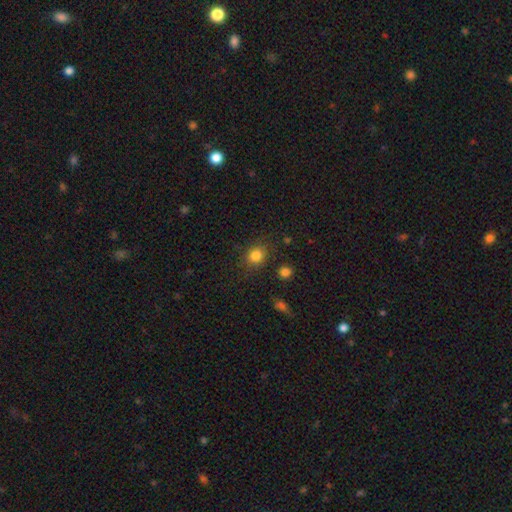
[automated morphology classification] smooth-or-featured: smooth: 83% | star or artifact: 12% | featured or disk: 6%
  how-rounded: round: 68% | in between: 31% | cigar-shaped: 1%
  merging: none: 83% | minor disturbance: 11% | major disturbance: 4% | merger: 3%